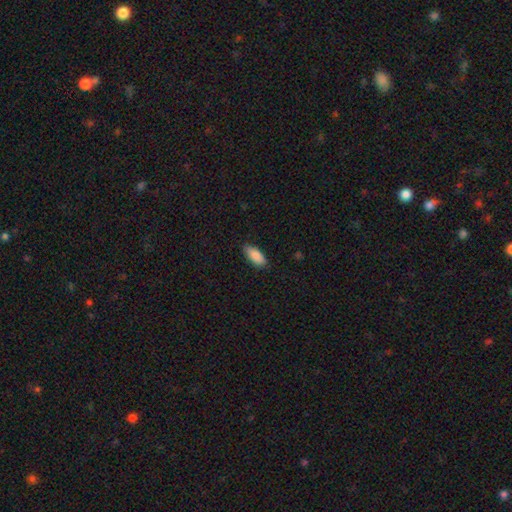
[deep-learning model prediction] The model was most divided on "how rounded": in between: 83%, cigar-shaped: 15%, round: 2%. More confident: smooth or featured — smooth (89%); merging — none (84%).